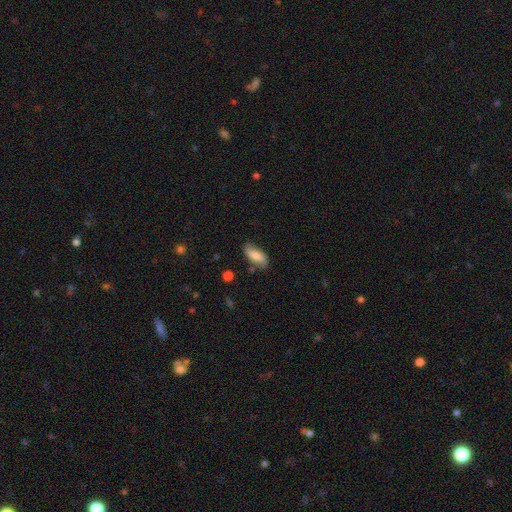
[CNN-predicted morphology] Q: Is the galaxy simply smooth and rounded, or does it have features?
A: smooth — 72%.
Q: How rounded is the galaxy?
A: in between — 82%.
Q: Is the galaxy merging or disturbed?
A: none — 70%.